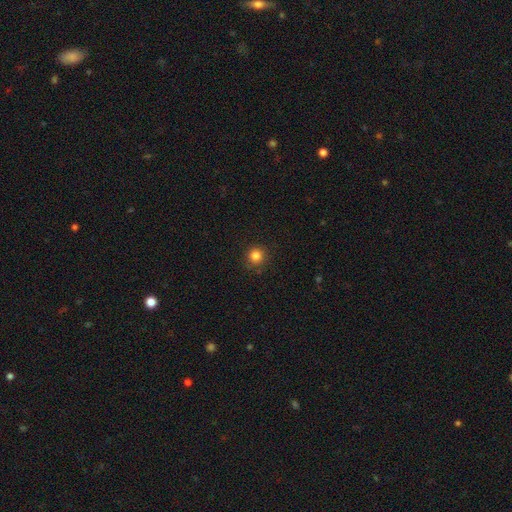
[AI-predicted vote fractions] A smooth galaxy with no disk features (83%) that is round (94%). Merging: none (89%).